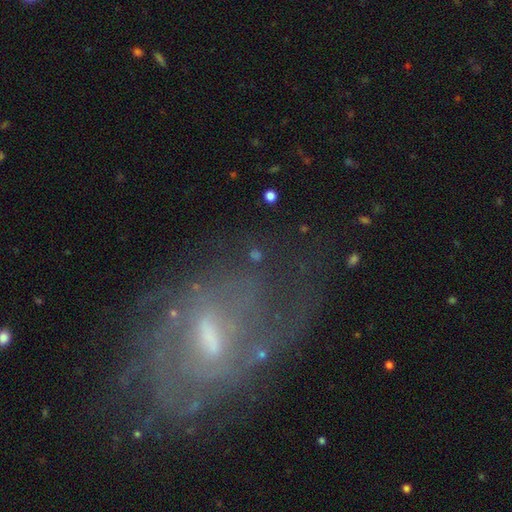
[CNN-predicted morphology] type=featured or disk (45%); merging=none (59%).